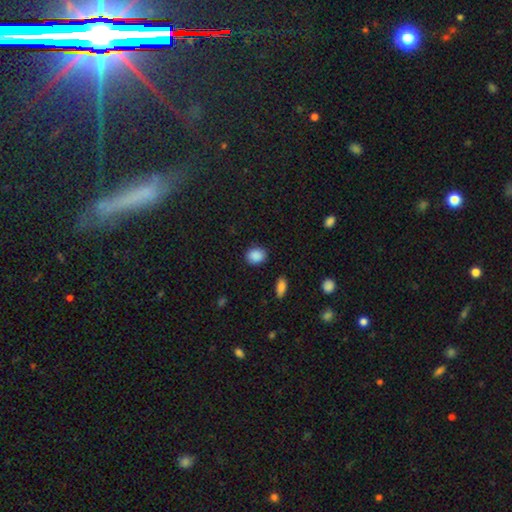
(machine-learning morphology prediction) smooth_or_featured: smooth (p=0.88) [alt: star or artifact p=0.08]
how_rounded: round (p=0.57) [alt: in between p=0.42]
merging: none (p=0.85) [alt: minor disturbance p=0.11]